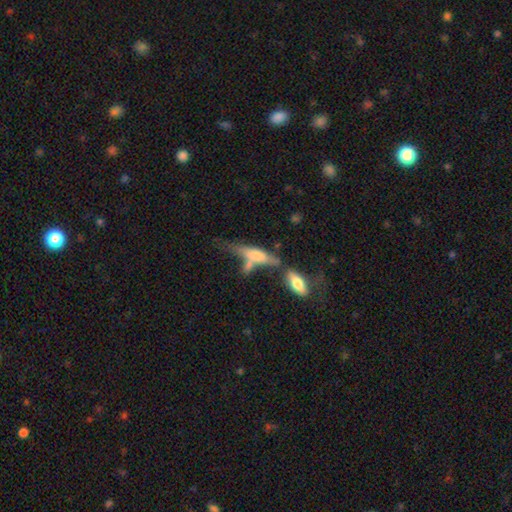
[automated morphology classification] smooth_or_featured: smooth (p=0.55) [alt: featured or disk p=0.37]
how_rounded: cigar-shaped (p=0.64) [alt: in between p=0.34]
merging: merger (p=0.36) [alt: none p=0.33]